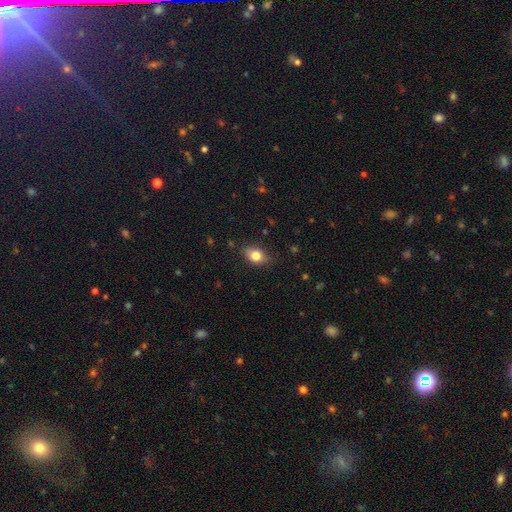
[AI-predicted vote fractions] smooth 80%, featured or disk 11%, star or artifact 9%. Down the decision tree: how rounded — in between (72%); merging — none (78%).